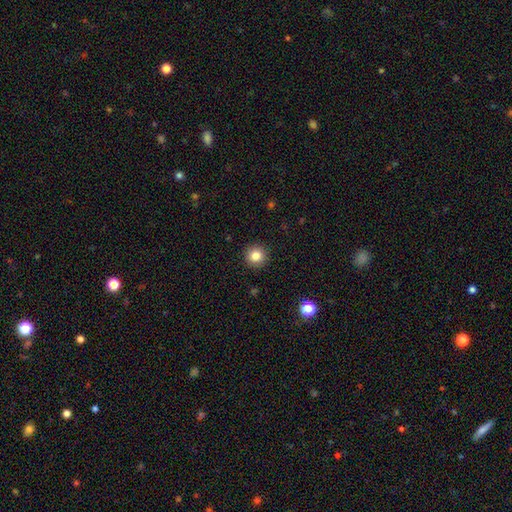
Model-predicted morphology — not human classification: This appears to be a smooth galaxy with no disk features (83%) that is round (95%). Merging: none (92%).